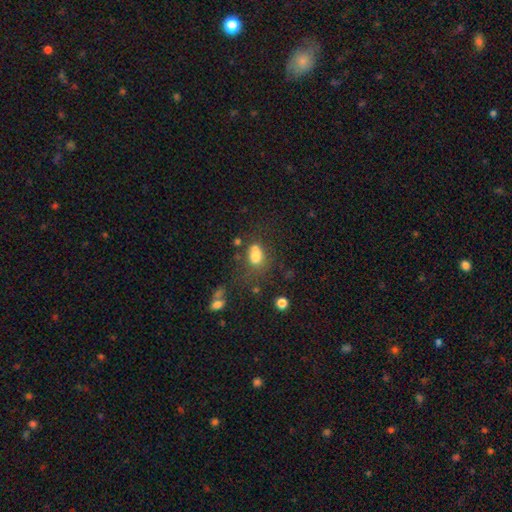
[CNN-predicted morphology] smooth-or-featured: smooth: 72% | star or artifact: 14% | featured or disk: 14%
  how-rounded: in between: 67% | round: 31% | cigar-shaped: 2%
  merging: none: 35% | merger: 25% | minor disturbance: 21% | major disturbance: 19%